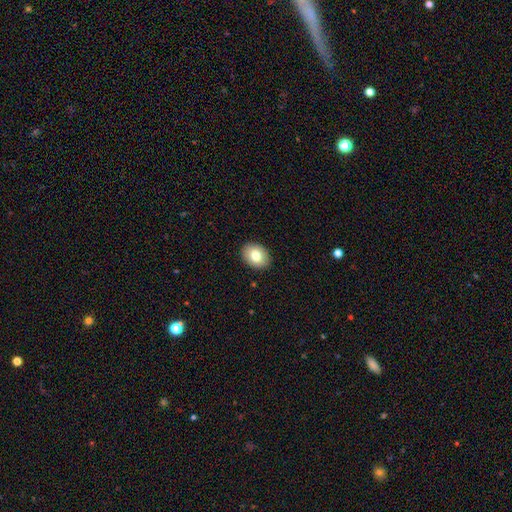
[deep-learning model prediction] Smooth or featured?
  - smooth: 78% *
  - featured or disk: 14%
  - star or artifact: 8%
How rounded?
  - in between: 69% *
  - round: 30%
  - cigar-shaped: 1%
Merging?
  - none: 90% *
  - minor disturbance: 7%
  - major disturbance: 2%
  - merger: 1%